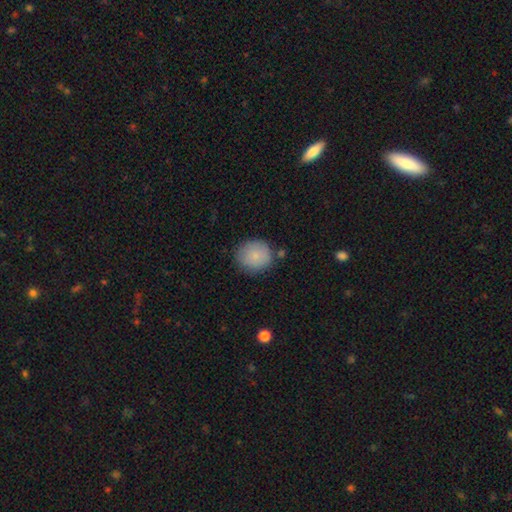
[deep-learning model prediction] Smooth or featured? Predicted: smooth (p=0.85). How rounded? Predicted: round (p=0.80). Merging? Predicted: none (p=0.78).